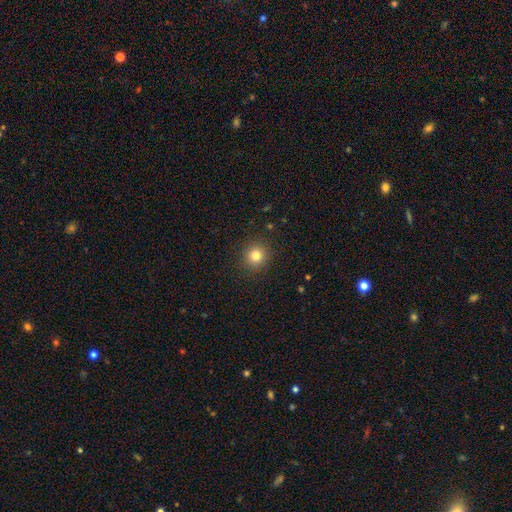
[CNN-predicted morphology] Smooth or featured: smooth — 81% (star or artifact — 12%)
How rounded: round — 90% (in between — 9%)
Merging: none — 90% (minor disturbance — 6%)